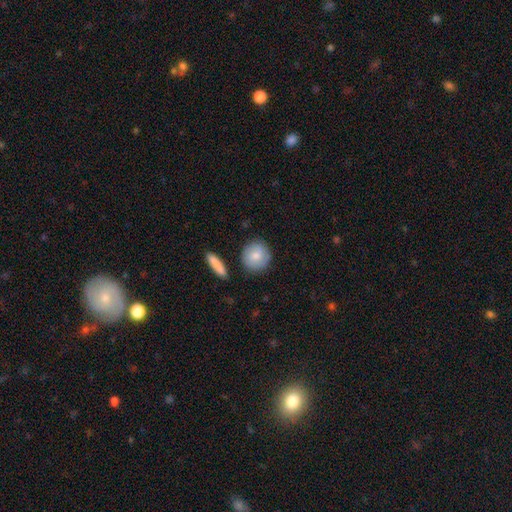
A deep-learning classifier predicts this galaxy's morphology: Smooth or featured?
  - smooth: 81% *
  - featured or disk: 14%
  - star or artifact: 6%
How rounded?
  - round: 88% *
  - in between: 10%
  - cigar-shaped: 2%
Merging?
  - none: 85% *
  - minor disturbance: 9%
  - merger: 3%
  - major disturbance: 2%